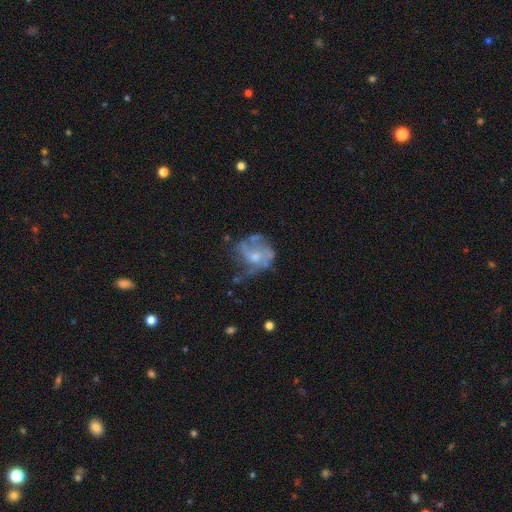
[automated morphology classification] Q: Smooth or featured?
A: featured or disk (63%); runner-up: smooth (27%)
Q: Edge-on disk?
A: no (98%); runner-up: yes (2%)
Q: Bar?
A: no (77%); runner-up: weak (20%)
Q: Spiral arms?
A: no (56%); runner-up: yes (44%)
Q: Bulge size?
A: moderate (49%); runner-up: small (35%)
Q: Merging?
A: none (35%); runner-up: major disturbance (34%)